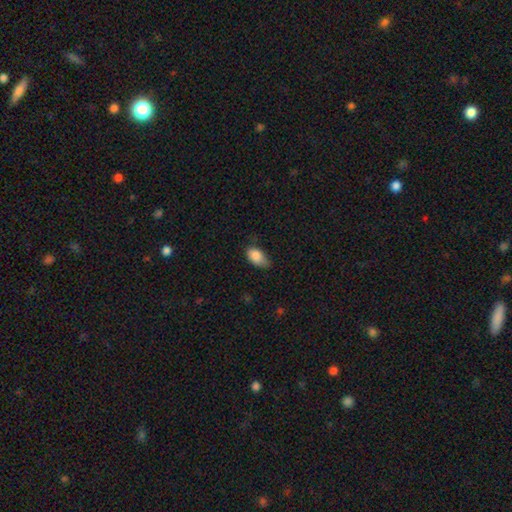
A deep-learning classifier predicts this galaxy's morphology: A smooth galaxy with no disk features (86%) that is in between round and cigar-shaped (92%).

Vote fractions:
- Smooth or featured? smooth: 86% / star or artifact: 8% / featured or disk: 7%
- How rounded? in between: 92% / round: 6% / cigar-shaped: 3%
- Merging? none: 55% / minor disturbance: 36% / major disturbance: 8% / merger: 1%